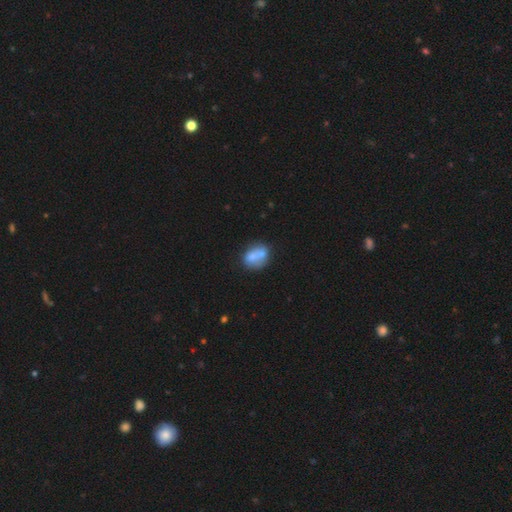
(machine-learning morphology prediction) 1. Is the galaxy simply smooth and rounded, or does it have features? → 68% smooth, 24% featured or disk, 8% star or artifact.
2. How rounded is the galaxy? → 67% in between, 31% round, 2% cigar-shaped.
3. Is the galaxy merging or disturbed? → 40% none, 36% merger, 17% minor disturbance, 7% major disturbance.